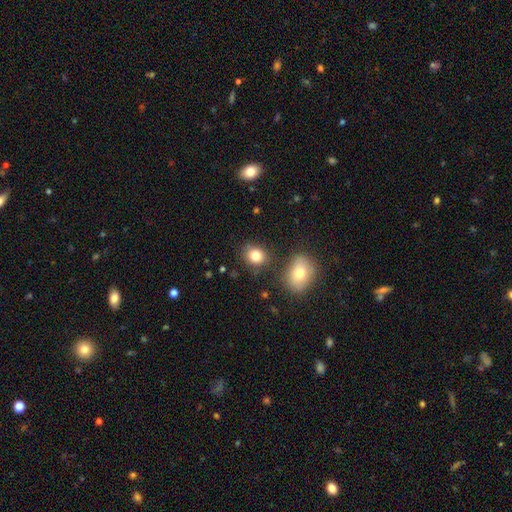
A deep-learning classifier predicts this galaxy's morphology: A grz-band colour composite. It shows a smooth galaxy with no disk features (82%) that is round (62%). Merging: none (78%).